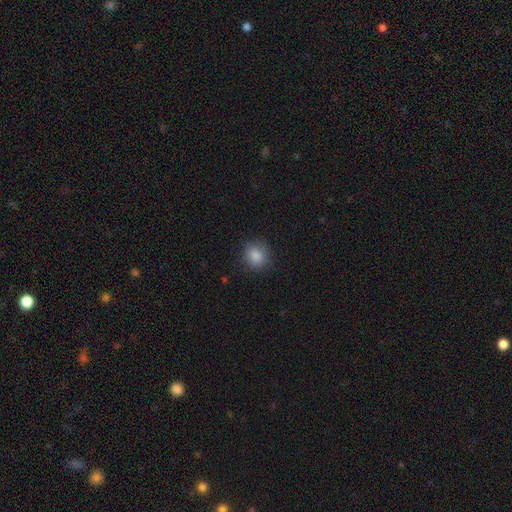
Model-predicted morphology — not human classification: Smooth or featured: smooth — 86% (star or artifact — 9%)
How rounded: round — 79% (in between — 20%)
Merging: none — 82% (minor disturbance — 13%)